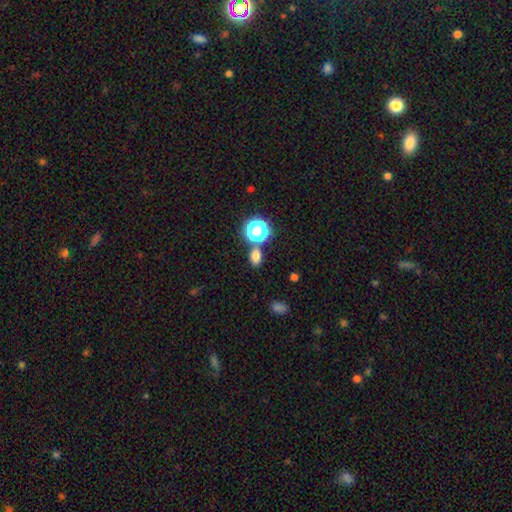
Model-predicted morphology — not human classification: This appears to be a smooth galaxy with no disk features (75%) that is in between round and cigar-shaped (61%). Merging: none (72%).